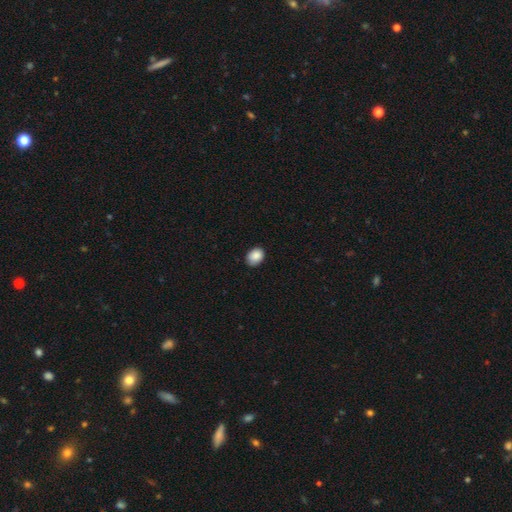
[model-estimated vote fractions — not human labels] Morphology: type=smooth (88%); roundness=in between (65%); merging=none (80%).